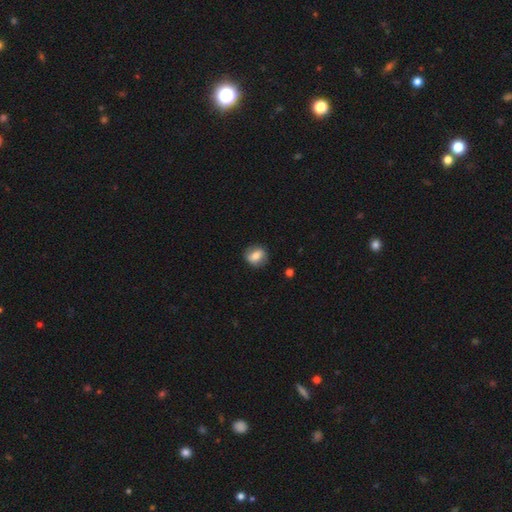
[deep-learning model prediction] Q: Smooth or featured?
A: smooth (65%); runner-up: featured or disk (27%)
Q: How rounded?
A: round (64%); runner-up: in between (35%)
Q: Merging?
A: none (84%); runner-up: minor disturbance (12%)